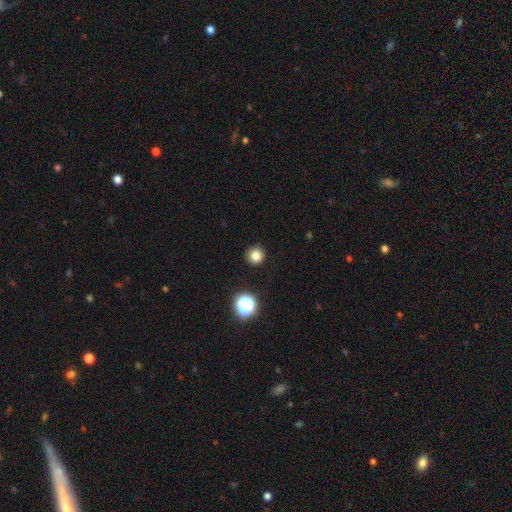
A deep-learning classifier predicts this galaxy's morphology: This is clearly a smooth galaxy (82%). How rounded: clearly round (94%). Merging: clearly none (91%).